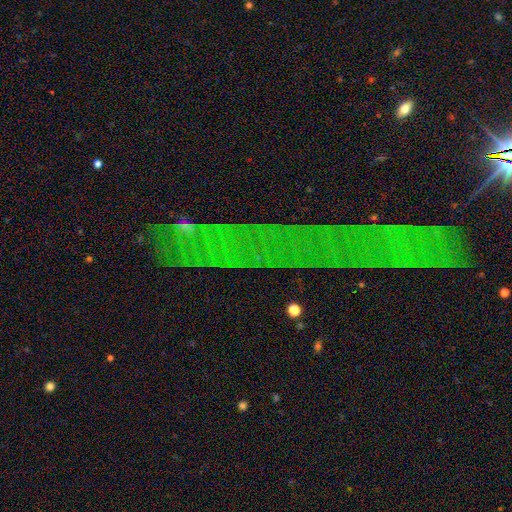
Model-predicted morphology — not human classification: type=star or artifact (79%).